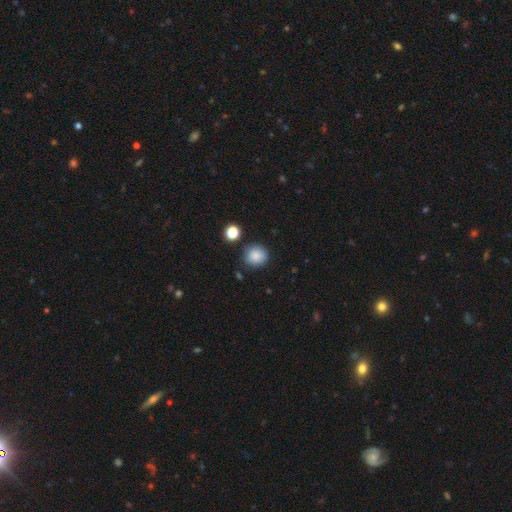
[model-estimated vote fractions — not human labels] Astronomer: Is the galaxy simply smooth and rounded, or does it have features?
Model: smooth — 86%.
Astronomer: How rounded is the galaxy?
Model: round — 87%.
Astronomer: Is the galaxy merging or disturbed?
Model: none — 83%.